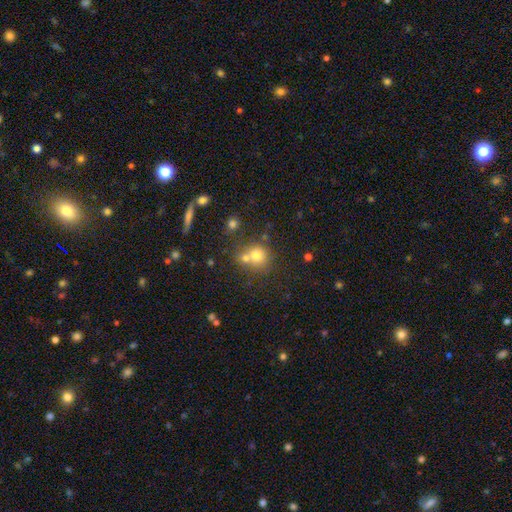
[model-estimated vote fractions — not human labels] Smooth or featured: smooth — 73% (star or artifact — 14%)
How rounded: round — 84% (in between — 15%)
Merging: none — 46% (merger — 41%)